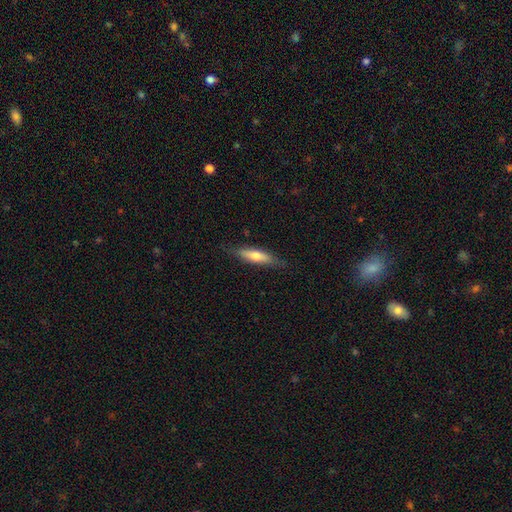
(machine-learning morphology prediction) smooth_or_featured: smooth (p=0.62) [alt: featured or disk p=0.33]
how_rounded: cigar-shaped (p=0.67) [alt: in between p=0.31]
merging: none (p=0.80) [alt: minor disturbance p=0.16]